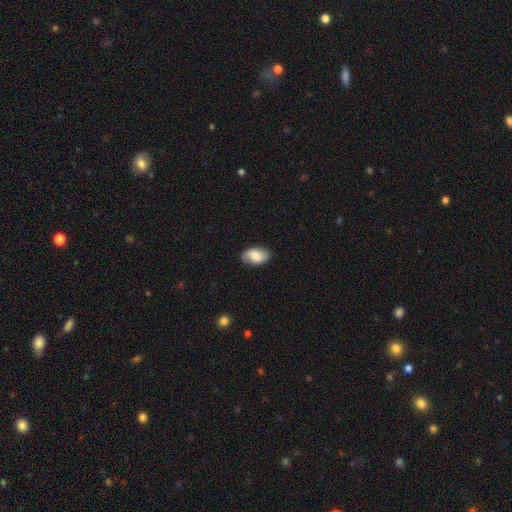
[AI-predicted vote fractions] The model was most divided on "smooth or featured": smooth: 75%, featured or disk: 18%, star or artifact: 7%. More confident: how rounded — in between (91%); merging — none (81%).